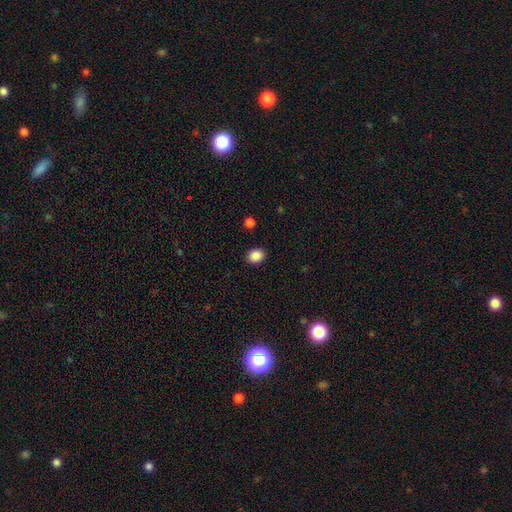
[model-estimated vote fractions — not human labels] Smooth or featured? Predicted: smooth (p=0.88). How rounded? Predicted: round (p=0.50). Merging? Predicted: none (p=0.90).